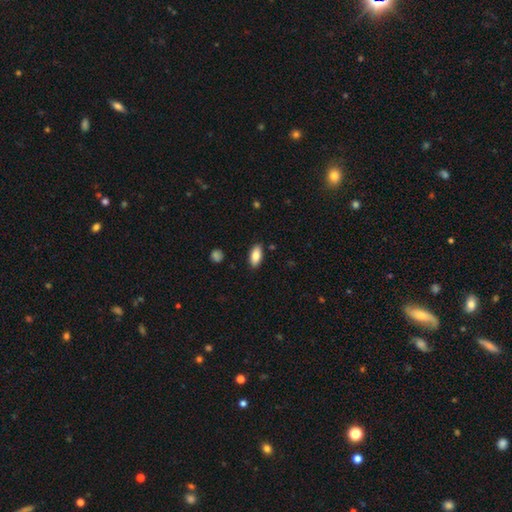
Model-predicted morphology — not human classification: This appears to be a smooth galaxy with no disk features (84%) that is in between round and cigar-shaped (89%). Merging: none (88%).